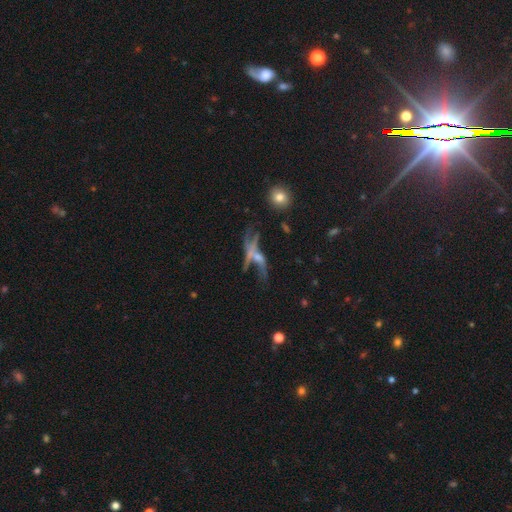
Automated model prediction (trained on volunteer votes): Q: Smooth or featured?
A: featured or disk (57%); runner-up: smooth (27%)
Q: Edge-on disk?
A: no (65%); runner-up: yes (35%)
Q: Merging?
A: major disturbance (31%); runner-up: merger (30%)